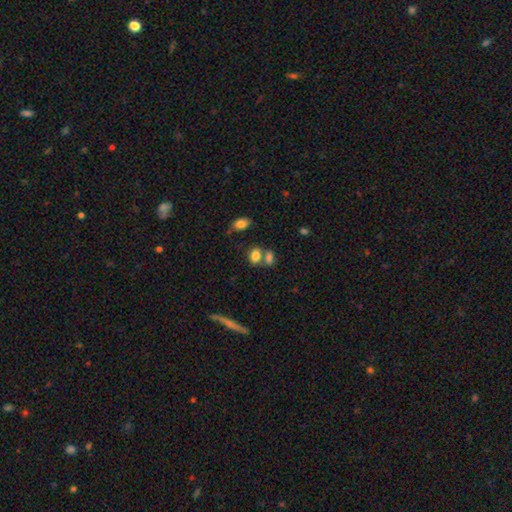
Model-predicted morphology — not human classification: Smooth or featured? Predicted: smooth (p=0.80). How rounded? Predicted: in between (p=0.75). Merging? Predicted: none (p=0.46).